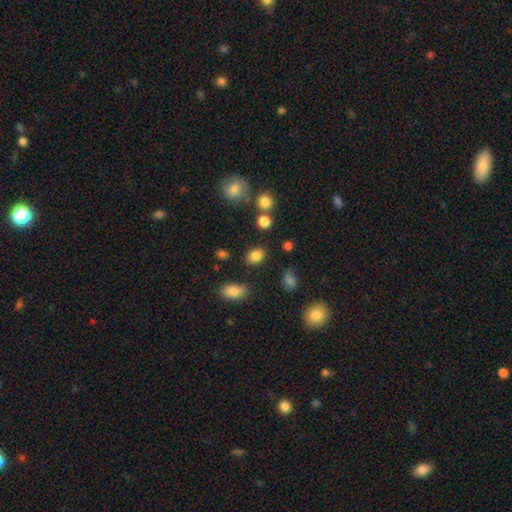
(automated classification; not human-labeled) smooth_or_featured: smooth (p=0.83) [alt: star or artifact p=0.12]
how_rounded: in between (p=0.68) [alt: round p=0.30]
merging: none (p=0.81) [alt: minor disturbance p=0.11]